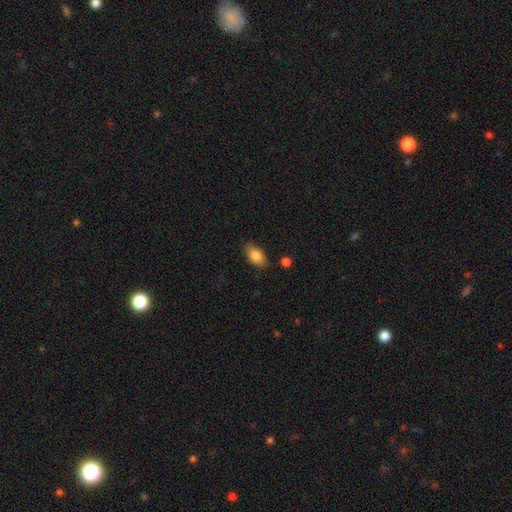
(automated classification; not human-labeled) Smooth or featured? smooth (84%)
How rounded? in between (91%)
Merging? none (84%)